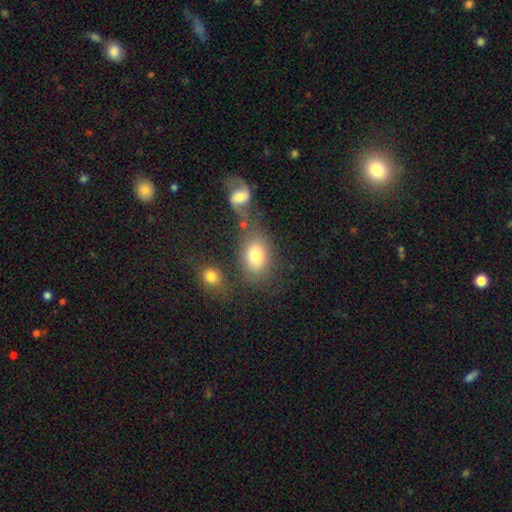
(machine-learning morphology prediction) Smooth or featured? Predicted: smooth (p=0.76). How rounded? Predicted: in between (p=0.79). Merging? Predicted: none (p=0.48).